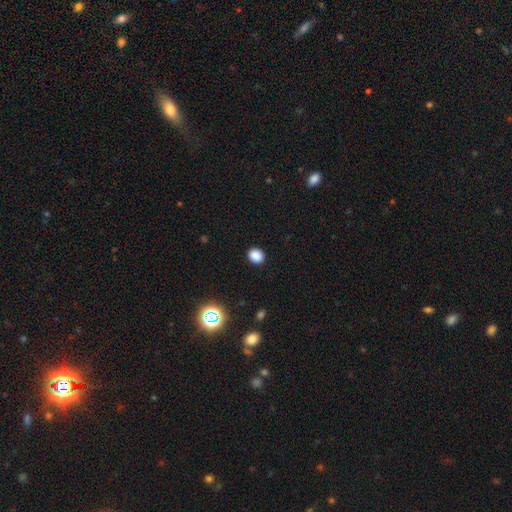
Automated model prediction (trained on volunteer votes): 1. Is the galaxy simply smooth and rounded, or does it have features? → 85% smooth, 12% star or artifact, 3% featured or disk.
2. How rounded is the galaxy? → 66% round, 33% in between, 1% cigar-shaped.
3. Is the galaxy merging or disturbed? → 90% none, 7% minor disturbance, 2% major disturbance, 1% merger.